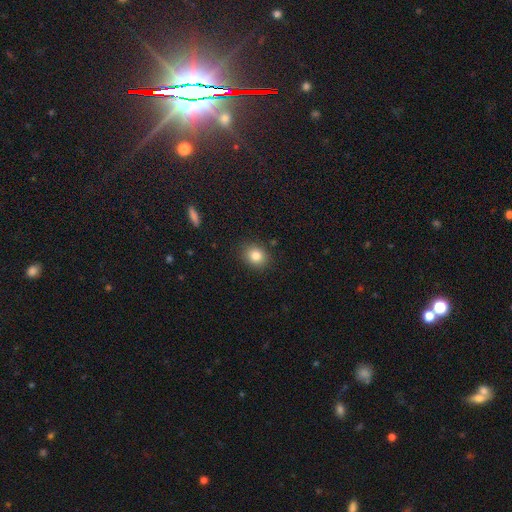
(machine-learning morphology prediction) This appears to be a smooth galaxy with no disk features (82%) that is round (64%). Merging: none (87%).